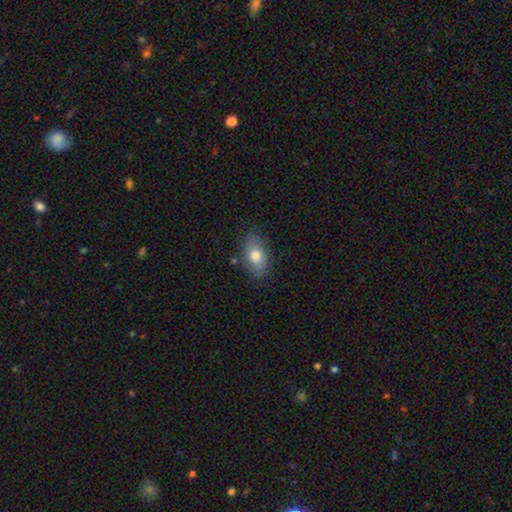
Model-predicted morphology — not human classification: Smooth or featured? Predicted: smooth (p=0.78). How rounded? Predicted: in between (p=0.88). Merging? Predicted: none (p=0.80).